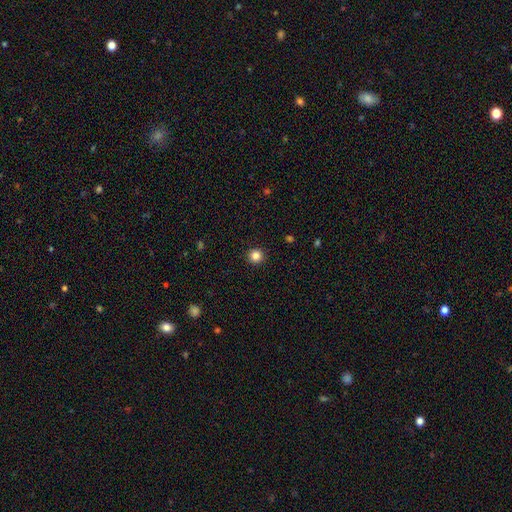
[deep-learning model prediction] This appears to be a smooth galaxy with no disk features (84%) that is round (95%). Merging: none (93%).